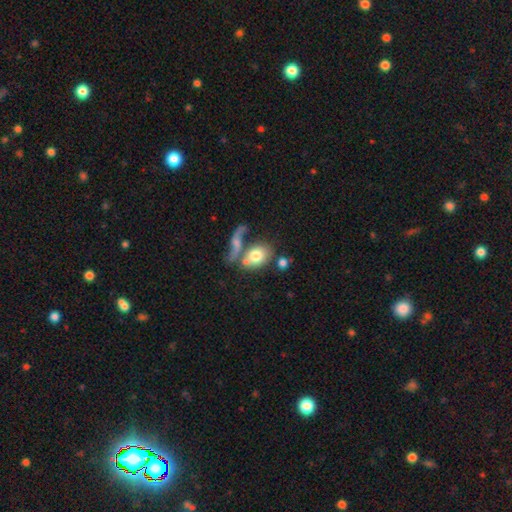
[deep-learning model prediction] This appears to be a smooth galaxy with no disk features (69%) that is in between round and cigar-shaped (67%). Merging: merger (40%).